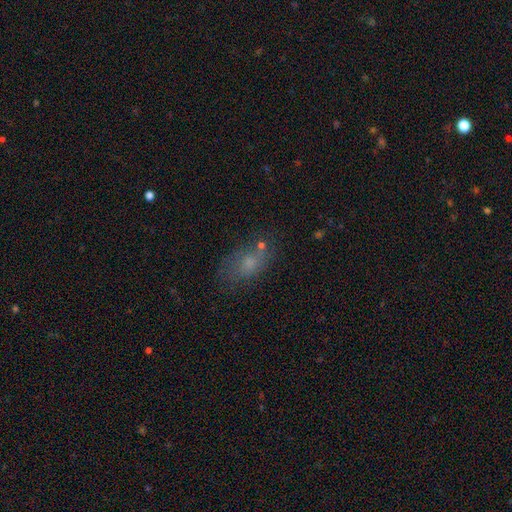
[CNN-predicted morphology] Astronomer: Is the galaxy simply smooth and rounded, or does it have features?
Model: smooth — 60%.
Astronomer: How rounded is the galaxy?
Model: in between — 77%.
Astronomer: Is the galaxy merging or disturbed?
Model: none — 64%.